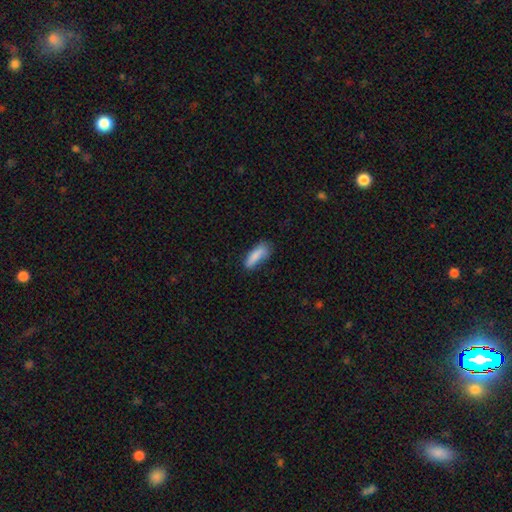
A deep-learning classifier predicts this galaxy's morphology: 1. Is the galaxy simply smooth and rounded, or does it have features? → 84% smooth, 9% featured or disk, 7% star or artifact.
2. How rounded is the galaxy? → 52% in between, 47% cigar-shaped, 2% round.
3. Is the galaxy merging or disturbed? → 67% none, 25% minor disturbance, 6% major disturbance, 2% merger.